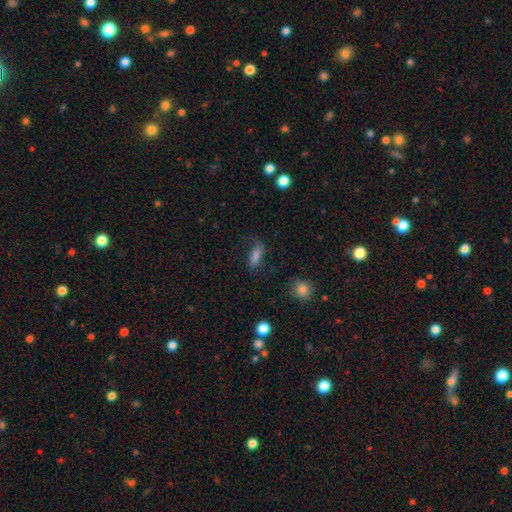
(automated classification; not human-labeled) Q: Smooth or featured?
A: smooth (72%); runner-up: featured or disk (16%)
Q: How rounded?
A: in between (70%); runner-up: cigar-shaped (25%)
Q: Merging?
A: none (58%); runner-up: minor disturbance (24%)